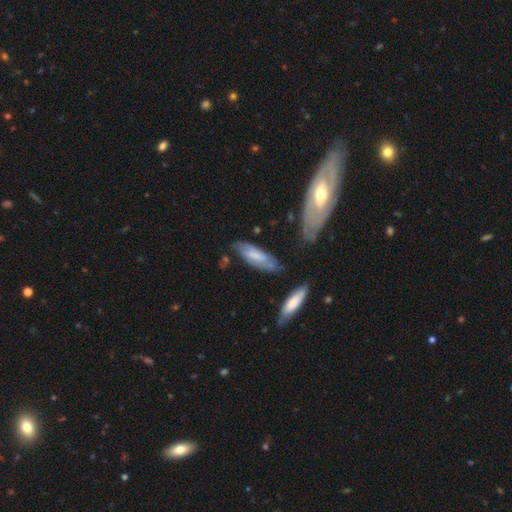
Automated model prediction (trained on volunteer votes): Smooth or featured?
  - smooth: 54% *
  - featured or disk: 40%
  - star or artifact: 6%
How rounded?
  - in between: 52% *
  - cigar-shaped: 47%
  - round: 2%
Merging?
  - none: 64% *
  - minor disturbance: 23%
  - major disturbance: 8%
  - merger: 6%